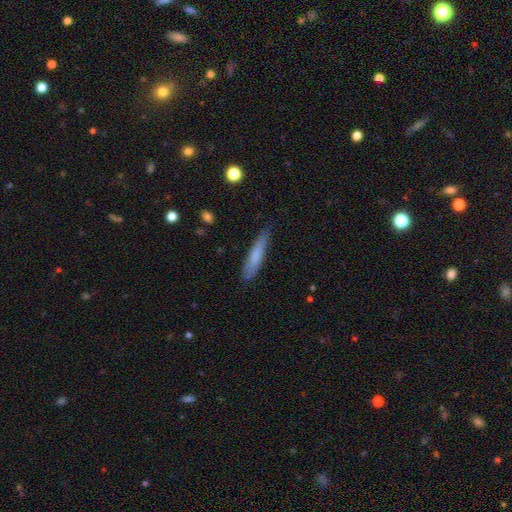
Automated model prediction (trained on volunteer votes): smooth 71%, featured or disk 23%, star or artifact 7%. Down the decision tree: how rounded — cigar-shaped (88%); merging — none (76%).